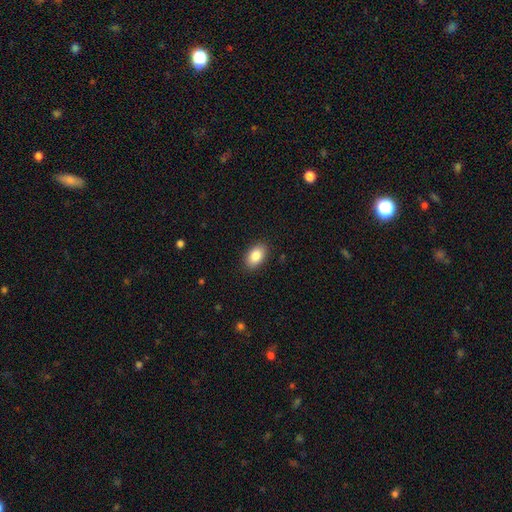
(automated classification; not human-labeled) Morphology: type=smooth (86%); roundness=in between (91%); merging=none (88%).